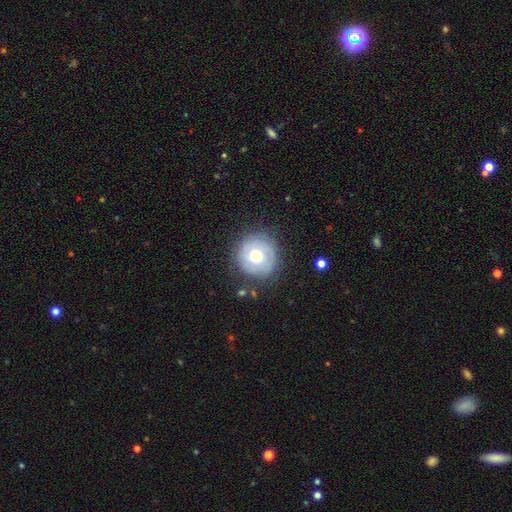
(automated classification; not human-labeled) smooth_or_featured: smooth (p=0.51) [alt: featured or disk p=0.41]
how_rounded: round (p=0.92) [alt: in between p=0.07]
merging: none (p=0.80) [alt: minor disturbance p=0.13]